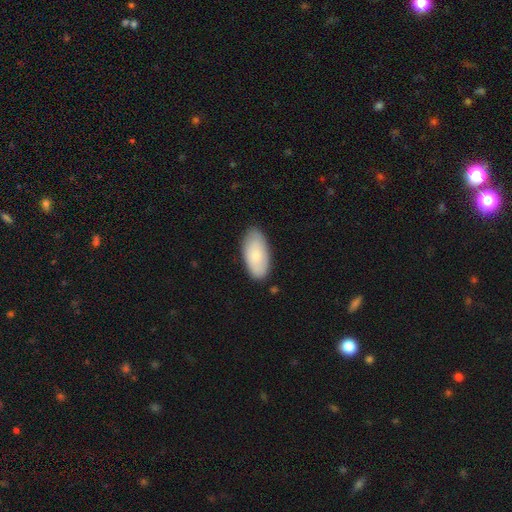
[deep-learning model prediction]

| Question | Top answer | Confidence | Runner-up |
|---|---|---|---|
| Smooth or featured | smooth | 81% | featured or disk (13%) |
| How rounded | in between | 94% | cigar-shaped (4%) |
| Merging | none | 83% | minor disturbance (13%) |